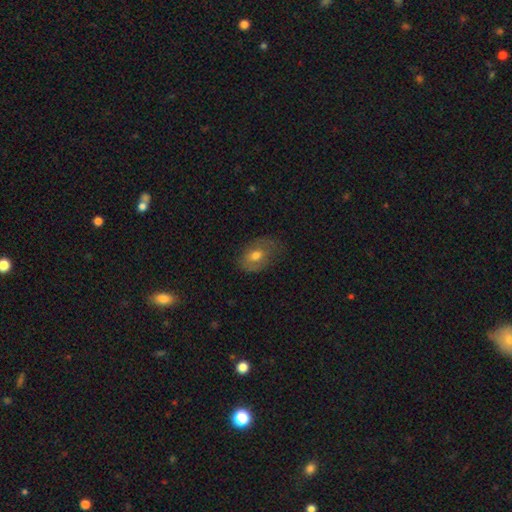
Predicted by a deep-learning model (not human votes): The model was most divided on "smooth or featured": smooth: 64%, featured or disk: 28%, star or artifact: 8%. More confident: how rounded — in between (77%); merging — none (61%).